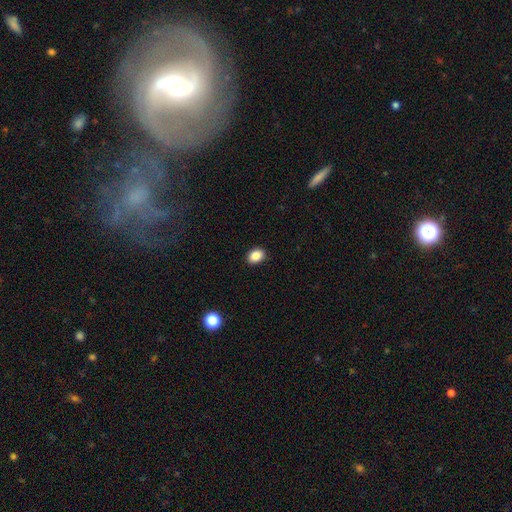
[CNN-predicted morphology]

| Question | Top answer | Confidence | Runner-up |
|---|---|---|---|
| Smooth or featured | smooth | 88% | star or artifact (9%) |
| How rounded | in between | 72% | round (27%) |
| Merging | none | 90% | minor disturbance (7%) |